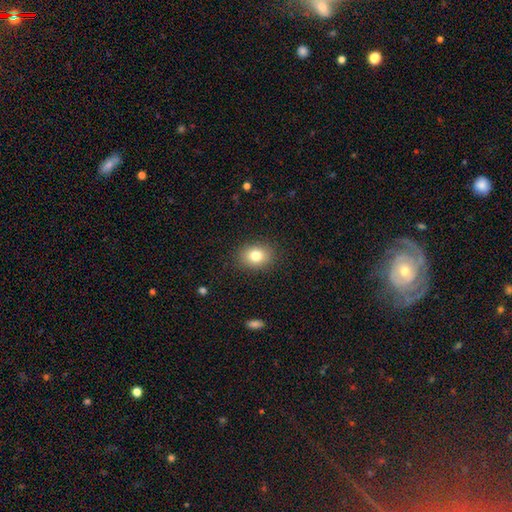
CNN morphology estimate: Smooth or featured? smooth (80%)
How rounded? in between (58%)
Merging? none (88%)